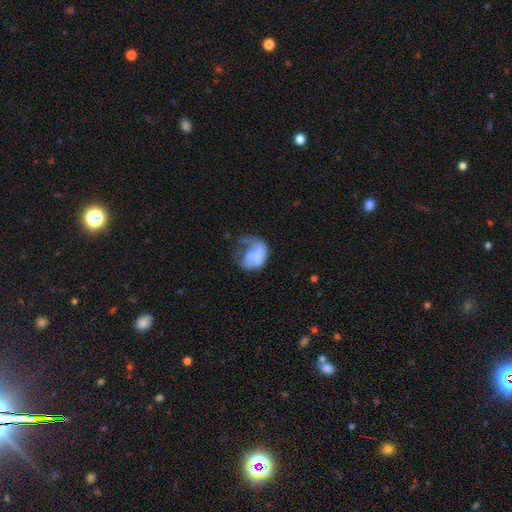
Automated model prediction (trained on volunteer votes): The model was most divided on "smooth or featured": smooth: 52%, featured or disk: 39%, star or artifact: 9%. More confident: how rounded — in between (67%); merging — major disturbance (55%).